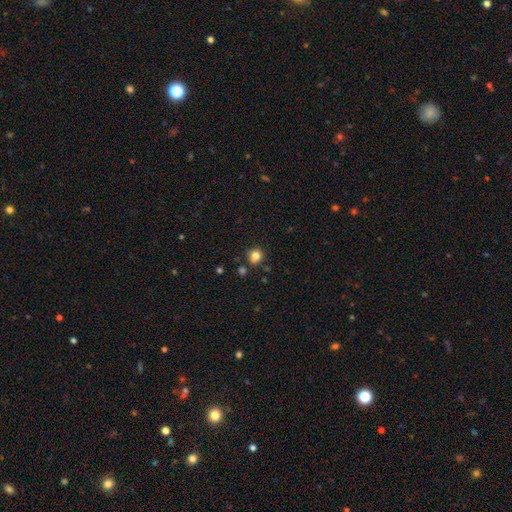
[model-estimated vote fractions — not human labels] A smooth galaxy with no disk features (81%) that is round (87%).

Vote fractions:
- Smooth or featured? smooth: 81% / star or artifact: 12% / featured or disk: 6%
- How rounded? round: 87% / in between: 12% / cigar-shaped: 1%
- Merging? none: 80% / minor disturbance: 12% / merger: 6% / major disturbance: 3%